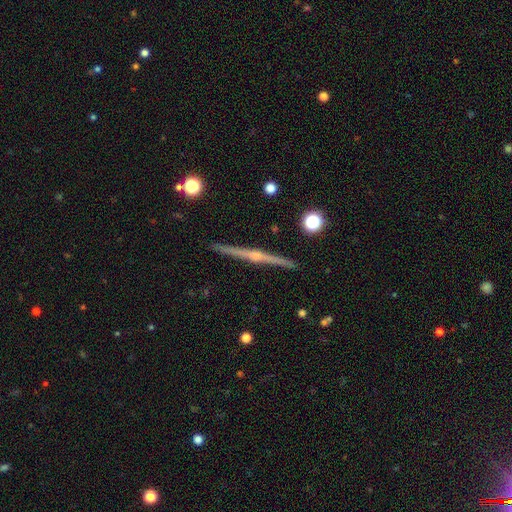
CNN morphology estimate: smooth-or-featured: featured or disk: 86% | smooth: 9% | star or artifact: 5%
  disk-edge-on: yes: 99% | no: 1%
    edge-on-bulge: rounded: 87% | none: 8% | boxy: 5%
  merging: none: 93% | minor disturbance: 5% | merger: 1% | major disturbance: 1%